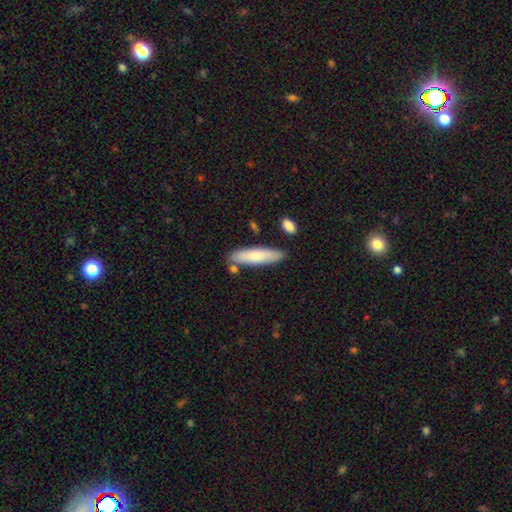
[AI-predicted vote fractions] Morphology: type=smooth (77%); roundness=cigar-shaped (74%); merging=none (80%).